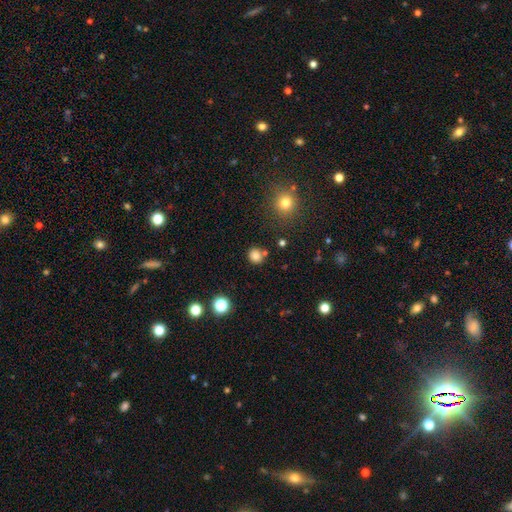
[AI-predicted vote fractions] The model was most divided on "smooth or featured": smooth: 81%, star or artifact: 14%, featured or disk: 5%. More confident: how rounded — round (85%); merging — none (78%).